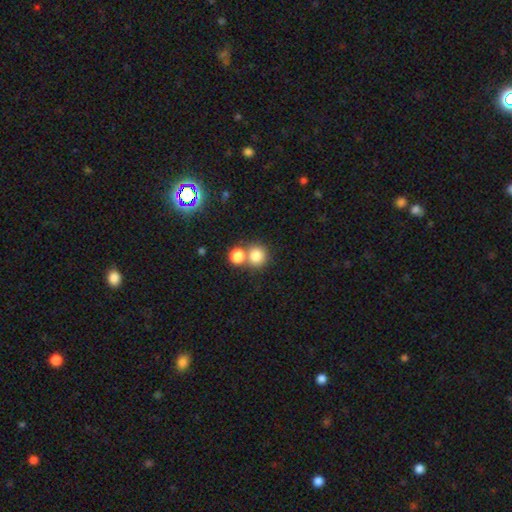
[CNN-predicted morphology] type=smooth (80%); roundness=round (89%); merging=none (55%).